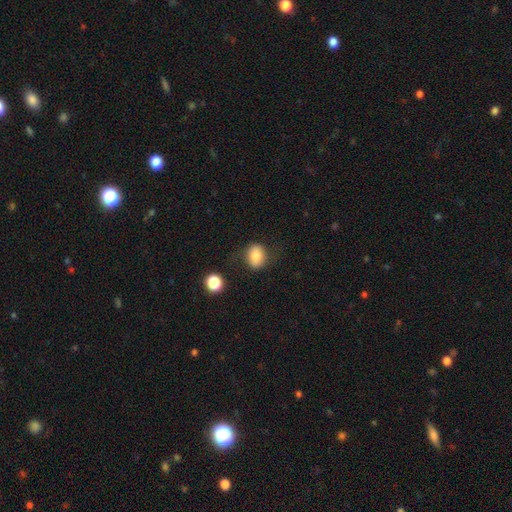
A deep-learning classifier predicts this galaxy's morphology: This is likely a smooth galaxy (78%). How rounded: likely in between (61%). Merging: likely none (73%).